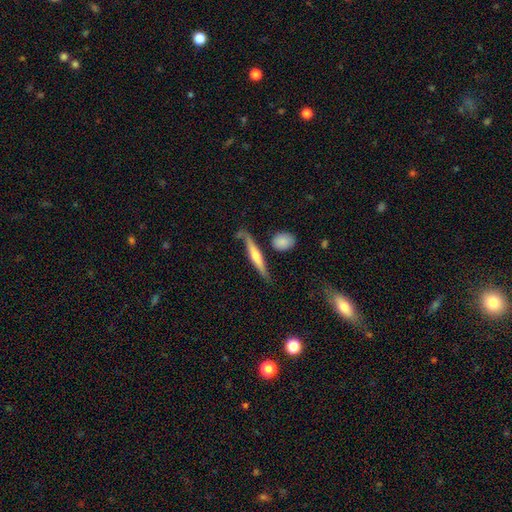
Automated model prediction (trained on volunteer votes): A featured or disk galaxy (61%) viewed edge-on (91%) with a rounded central bulge (79%).

Vote fractions:
- Smooth or featured? featured or disk: 61% / smooth: 33% / star or artifact: 6%
- Edge-on disk? yes: 91% / no: 9%
- Edge-on bulge? rounded: 79% / none: 13% / boxy: 8%
- Merging? none: 70% / minor disturbance: 19% / merger: 6% / major disturbance: 6%